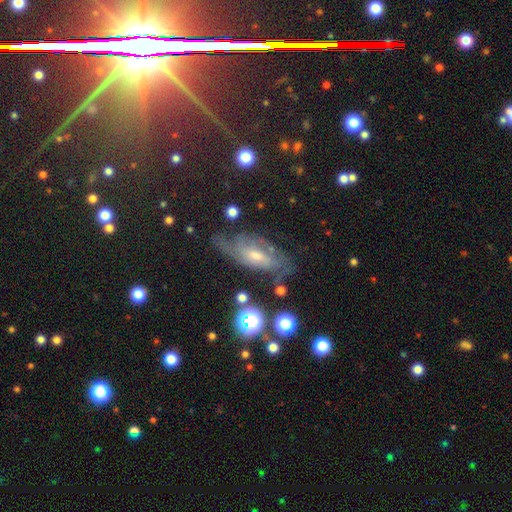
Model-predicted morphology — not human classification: featured or disk 69%, smooth 18%, star or artifact 12%. Down the decision tree: edge-on disk — no (85%); bar — no (50%); spiral arms — yes (88%); spiral arm count — can't tell (47%); spiral winding — tight (47%); bulge size — small (48%); merging — none (61%).